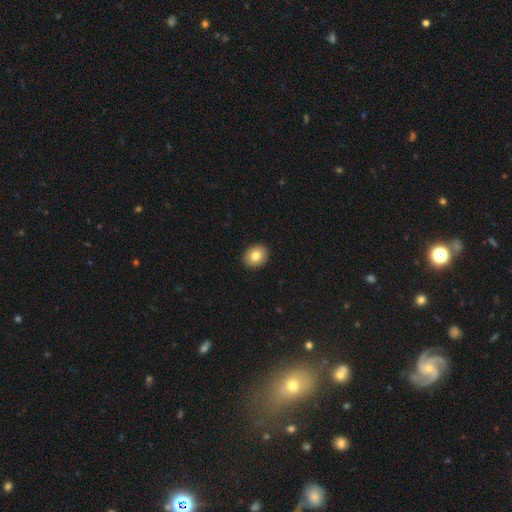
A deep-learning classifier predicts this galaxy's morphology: The model was most divided on "how rounded": in between: 50%, round: 49%, cigar-shaped: 1%. More confident: merging — none (92%); smooth or featured — smooth (80%).